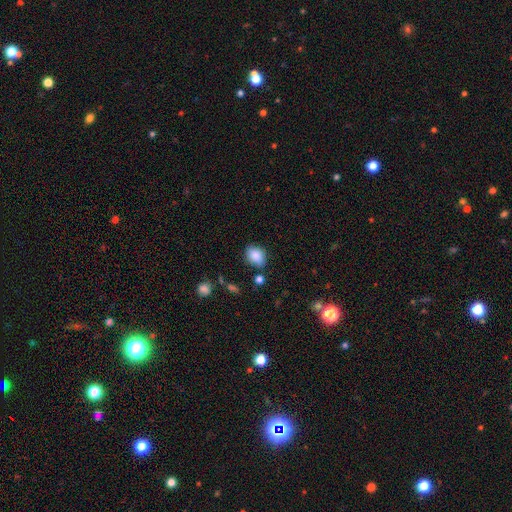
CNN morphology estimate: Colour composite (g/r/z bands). It shows a smooth galaxy with no disk features (87%) that is in between round and cigar-shaped (59%). Merging: none (74%).